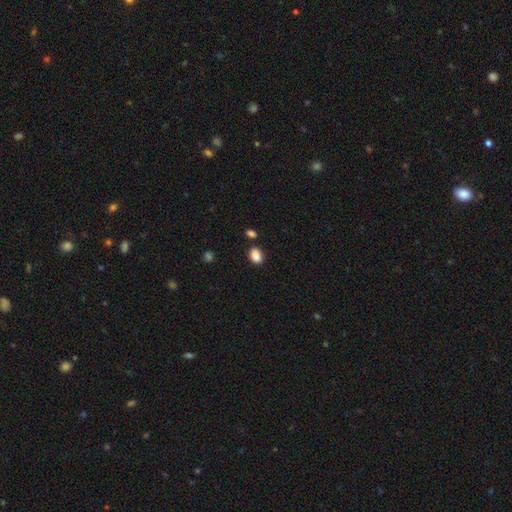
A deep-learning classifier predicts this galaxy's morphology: The model was most divided on "how rounded": in between: 79%, round: 20%, cigar-shaped: 1%. More confident: smooth or featured — smooth (87%); merging — none (81%).